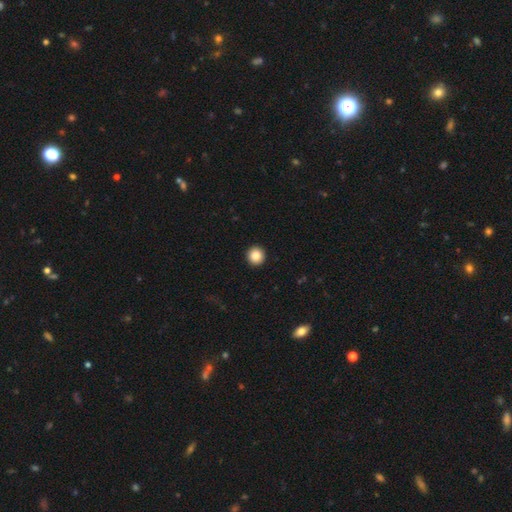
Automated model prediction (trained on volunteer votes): A smooth galaxy with no disk features (87%) that is round (96%). Merging: none (94%).